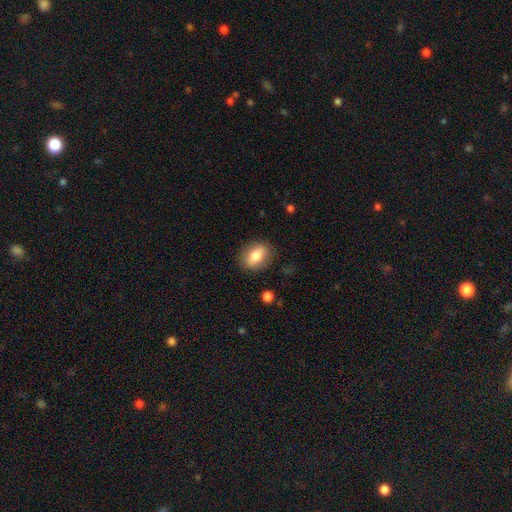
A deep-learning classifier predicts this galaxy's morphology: Q: Smooth or featured?
A: smooth (78%); runner-up: featured or disk (15%)
Q: How rounded?
A: in between (78%); runner-up: round (19%)
Q: Merging?
A: none (85%); runner-up: minor disturbance (10%)